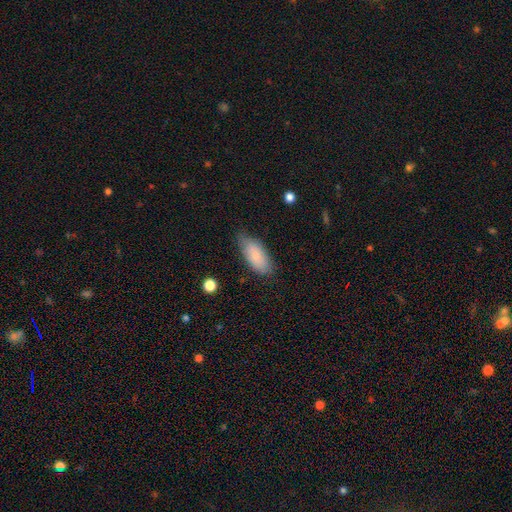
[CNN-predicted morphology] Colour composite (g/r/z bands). It shows a smooth galaxy with no disk features (76%) that is in between round and cigar-shaped (87%). Merging: none (72%).